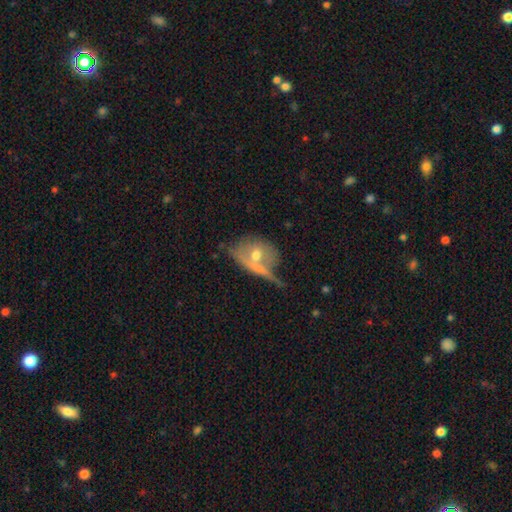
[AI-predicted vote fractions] Smooth or featured? smooth (50%)
Merging? none (37%)